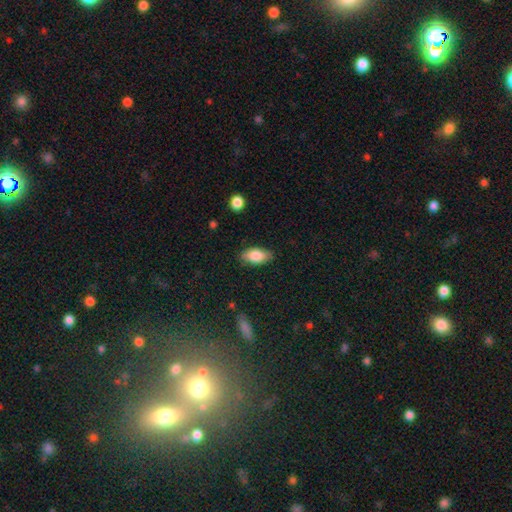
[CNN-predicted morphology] Smooth or featured? Predicted: smooth (p=0.83). How rounded? Predicted: in between (p=0.90). Merging? Predicted: none (p=0.82).